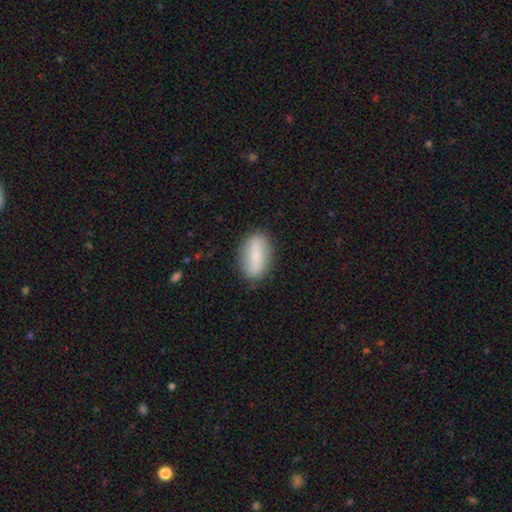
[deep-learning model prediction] Smooth or featured?
  - smooth: 73% *
  - featured or disk: 20%
  - star or artifact: 7%
How rounded?
  - in between: 79% *
  - cigar-shaped: 16%
  - round: 5%
Merging?
  - none: 83% *
  - minor disturbance: 12%
  - major disturbance: 3%
  - merger: 1%